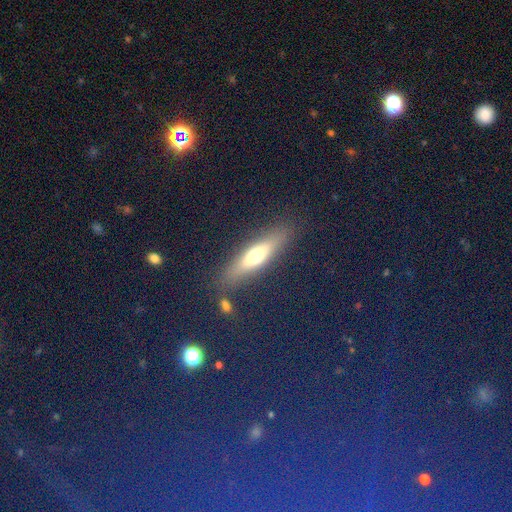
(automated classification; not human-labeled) A smooth galaxy with no disk features (50%) that is cigar-shaped (74%). Merging: none (85%).